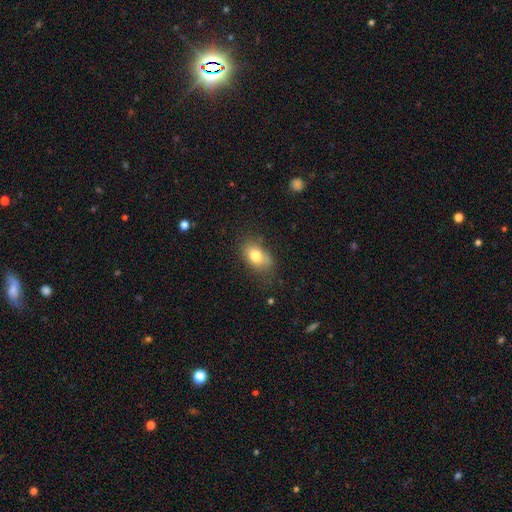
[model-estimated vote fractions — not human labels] Smooth or featured? Predicted: smooth (p=0.78). How rounded? Predicted: in between (p=0.82). Merging? Predicted: none (p=0.66).